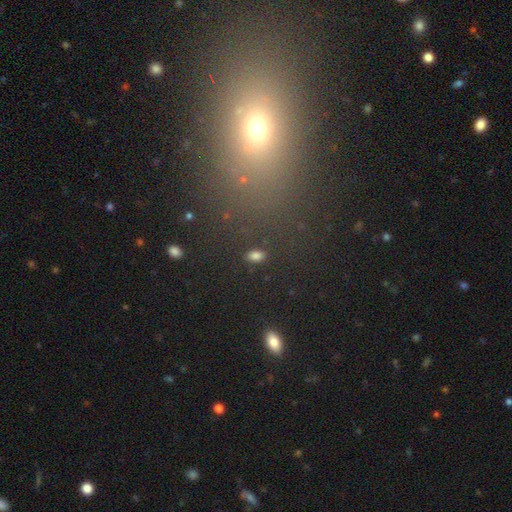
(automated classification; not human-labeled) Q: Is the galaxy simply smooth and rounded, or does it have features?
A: smooth — 80%.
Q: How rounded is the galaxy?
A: in between — 90%.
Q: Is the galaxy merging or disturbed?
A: none — 87%.